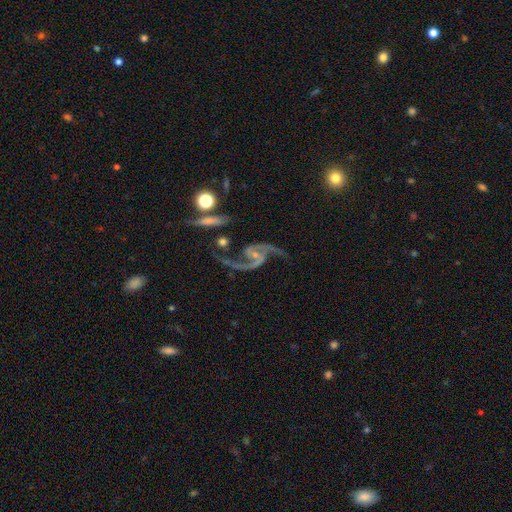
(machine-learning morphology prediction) smooth-or-featured: featured or disk: 93% | star or artifact: 4% | smooth: 3%
  disk-edge-on: no: 98% | yes: 2%
    bar: no: 51% | weak: 36% | strong: 13%
    has-spiral-arms: yes: 98% | no: 2%
      spiral-winding: loose: 61% | medium: 33% | tight: 7%
      spiral-arm-count: 2: 94% | 1: 2% | can't tell: 1% | 3: 1% | 4: 1% | more than 4: 1%
    bulge-size: small: 65% | moderate: 25% | none: 7% | large: 2% | dominant: 1%
  merging: none: 63% | minor disturbance: 17% | major disturbance: 14% | merger: 6%